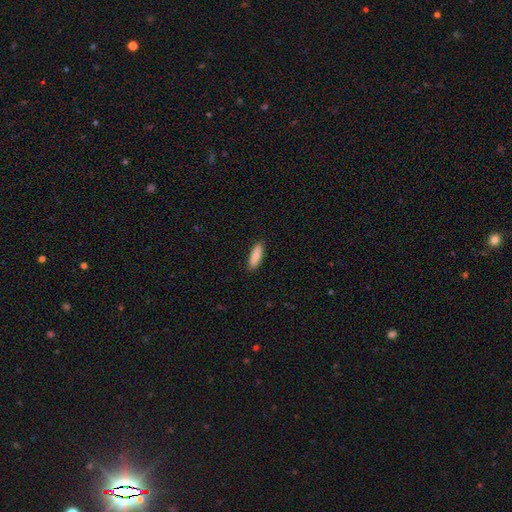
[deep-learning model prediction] Overall: smooth (88%). How rounded: in between (56%; cigar-shaped 42%). Merging: none (89%).